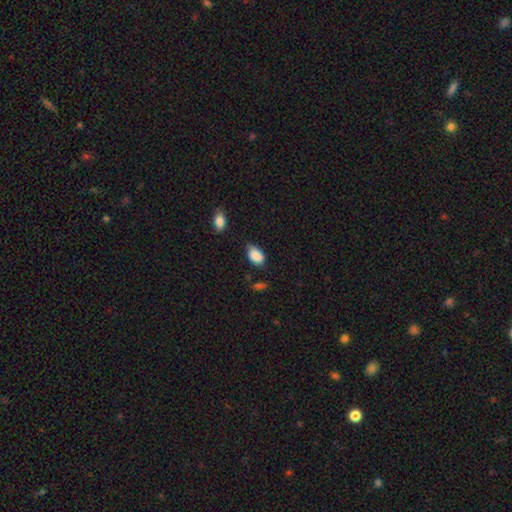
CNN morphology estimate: This appears to be a smooth galaxy with no disk features (85%) that is in between round and cigar-shaped (89%). Merging: none (52%).